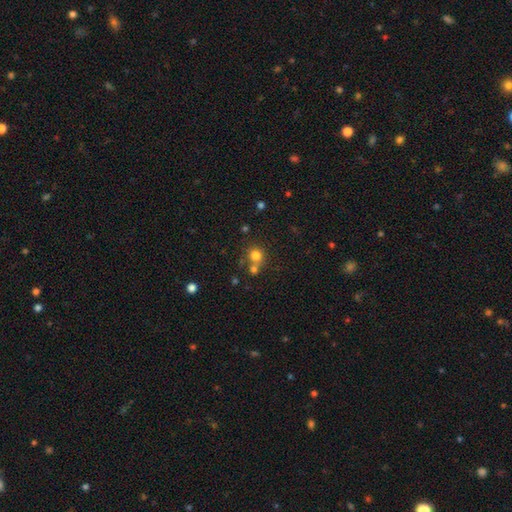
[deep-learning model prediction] Q: Smooth or featured?
A: smooth (77%); runner-up: star or artifact (14%)
Q: How rounded?
A: round (89%); runner-up: in between (10%)
Q: Merging?
A: none (57%); runner-up: merger (32%)